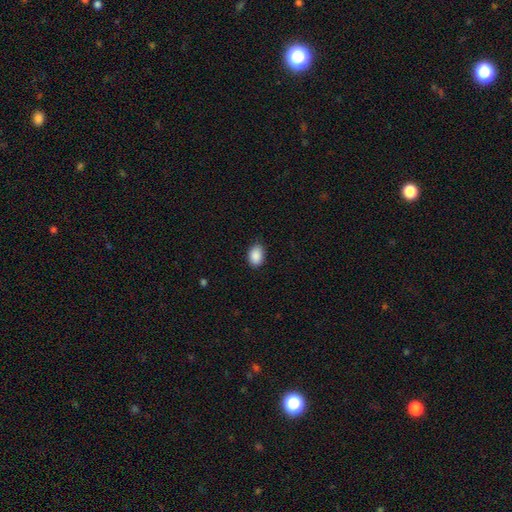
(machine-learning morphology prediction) Overall: smooth (90%). How rounded: in between (84%). Merging: none (84%).